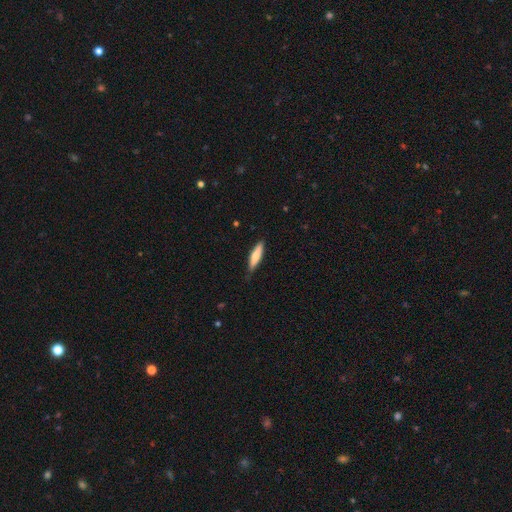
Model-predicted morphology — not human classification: This is likely a smooth galaxy (69%). How rounded: likely cigar-shaped (78%). Merging: likely none (80%).